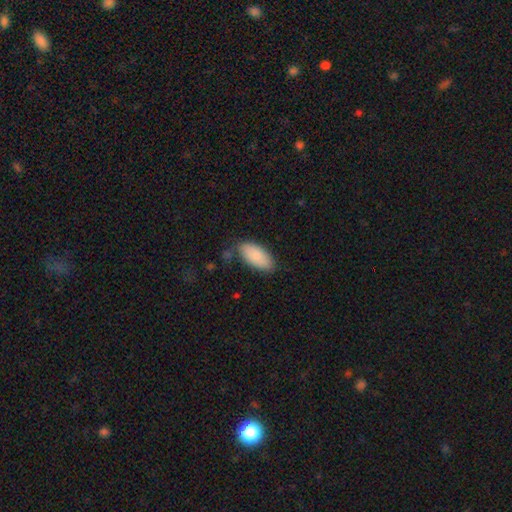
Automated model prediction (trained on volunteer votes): The model was most divided on "merging": none: 75%, minor disturbance: 18%, major disturbance: 4%, merger: 3%. More confident: how rounded — in between (91%); smooth or featured — smooth (88%).